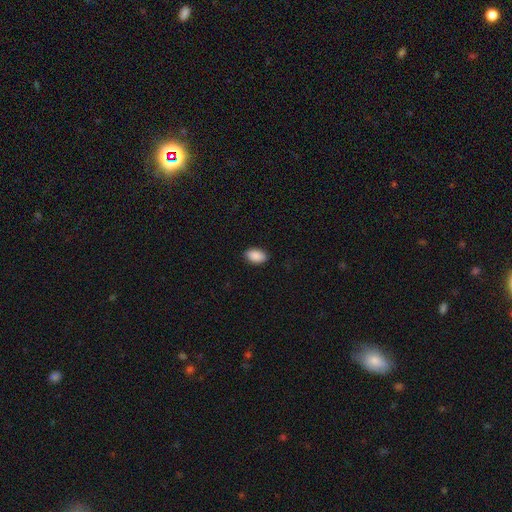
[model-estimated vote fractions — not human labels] Smooth or featured? Predicted: smooth (p=0.90). How rounded? Predicted: in between (p=0.92). Merging? Predicted: none (p=0.88).